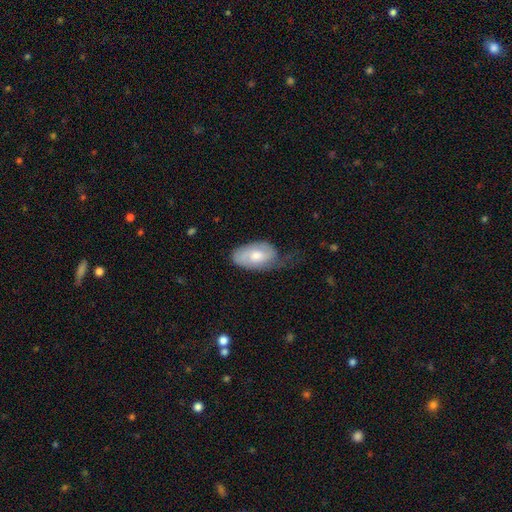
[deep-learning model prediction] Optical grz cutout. It shows a smooth galaxy with no disk features (55%) that is in between round and cigar-shaped (93%). Merging: none (39%).